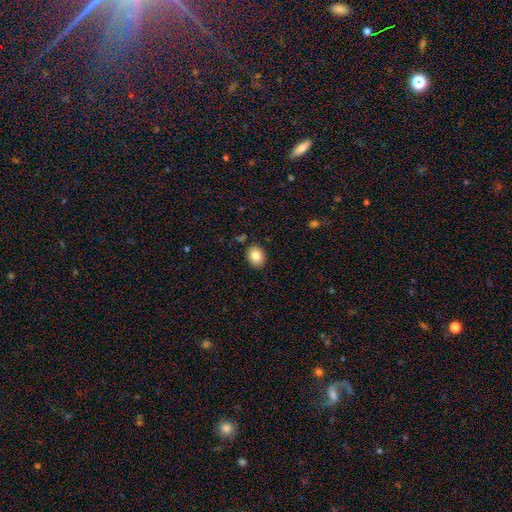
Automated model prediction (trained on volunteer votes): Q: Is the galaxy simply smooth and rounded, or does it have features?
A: smooth — 83%.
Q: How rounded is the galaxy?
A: in between — 62%.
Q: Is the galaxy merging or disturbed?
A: none — 88%.